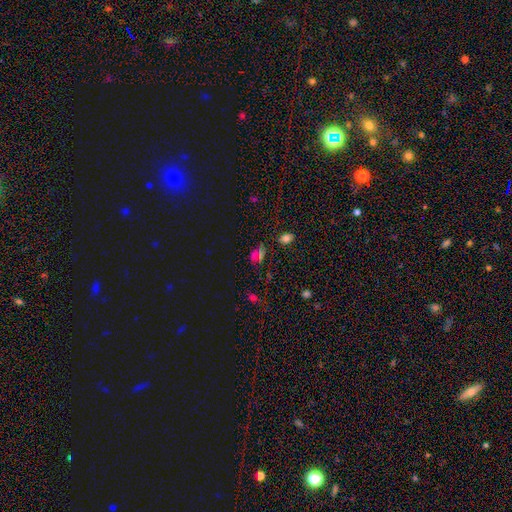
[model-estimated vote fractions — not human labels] The model was most divided on "smooth or featured": star or artifact: 49%, smooth: 39%, featured or disk: 11%.